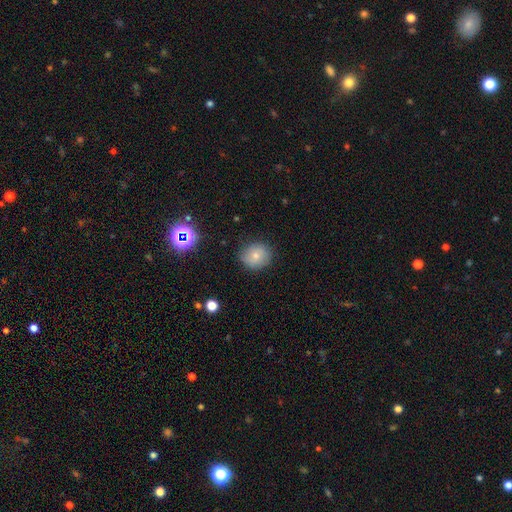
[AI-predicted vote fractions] This appears to be a smooth galaxy with no disk features (74%) that is round (81%). Merging: none (83%).